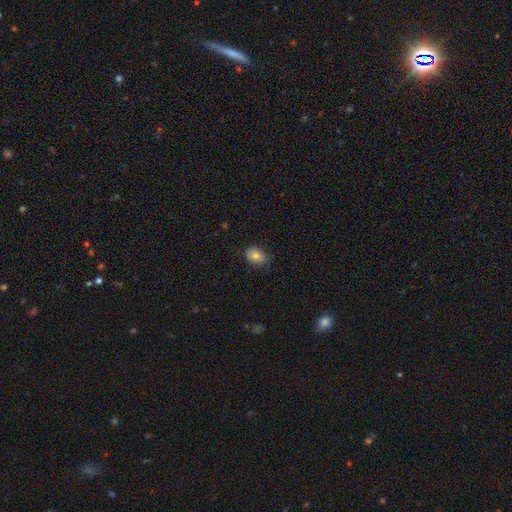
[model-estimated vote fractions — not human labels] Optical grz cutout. It shows a smooth galaxy with no disk features (80%) that is in between round and cigar-shaped (68%). Merging: none (71%).